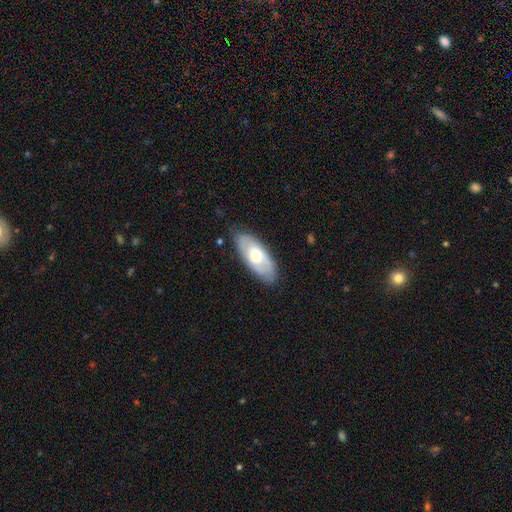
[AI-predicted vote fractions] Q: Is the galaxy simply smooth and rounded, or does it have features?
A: smooth — 51%.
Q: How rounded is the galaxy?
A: in between — 83%.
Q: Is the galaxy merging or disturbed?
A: none — 80%.